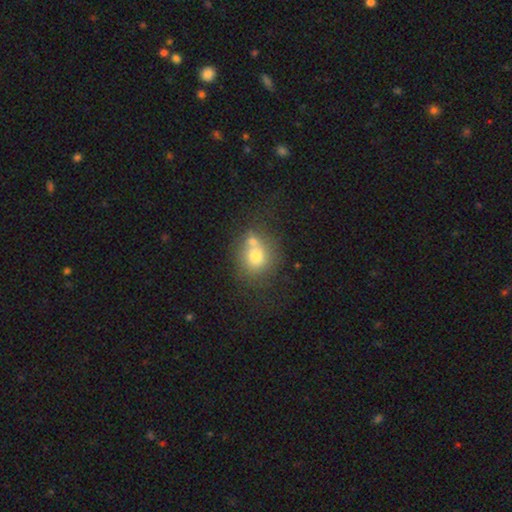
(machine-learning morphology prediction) Smooth or featured?
  - smooth: 72% *
  - featured or disk: 17%
  - star or artifact: 11%
How rounded?
  - round: 75% *
  - in between: 24%
  - cigar-shaped: 1%
Merging?
  - none: 43% *
  - merger: 39%
  - minor disturbance: 13%
  - major disturbance: 5%